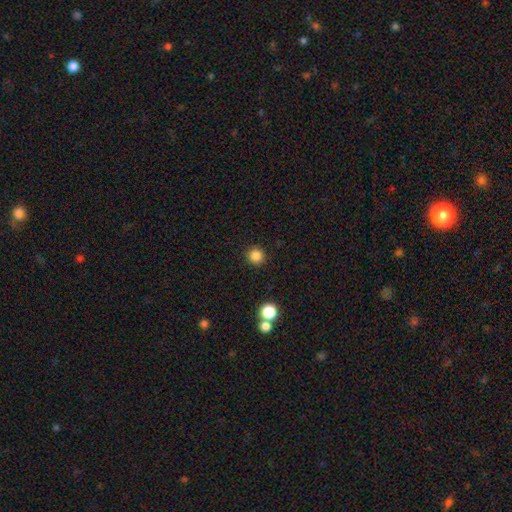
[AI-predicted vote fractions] Morphology: type=smooth (85%); roundness=round (95%); merging=none (90%).